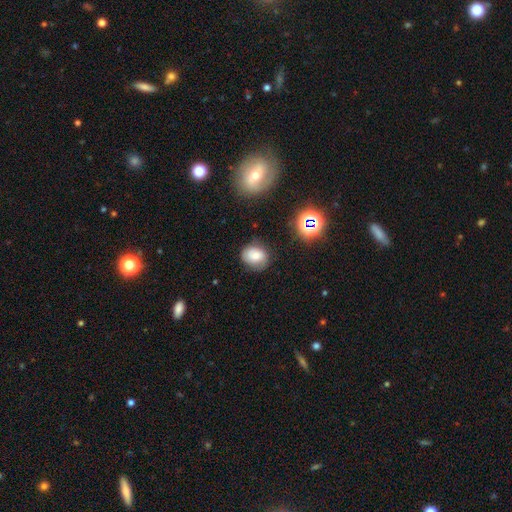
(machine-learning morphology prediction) smooth-or-featured: smooth: 70% | featured or disk: 16% | star or artifact: 14%
  how-rounded: round: 54% | in between: 45% | cigar-shaped: 1%
  merging: none: 72% | minor disturbance: 20% | major disturbance: 5% | merger: 2%